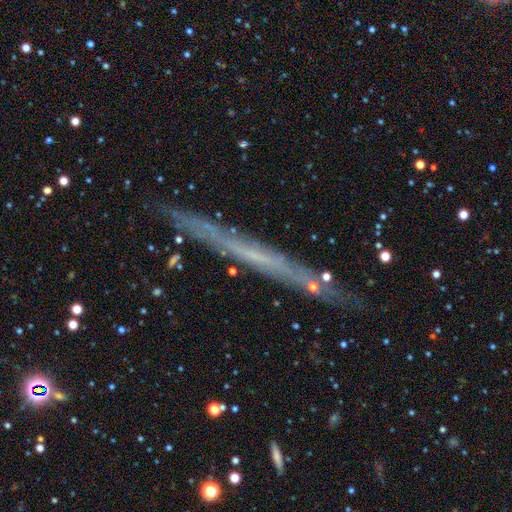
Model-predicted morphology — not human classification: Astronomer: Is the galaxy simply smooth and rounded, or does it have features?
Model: featured or disk — 57%.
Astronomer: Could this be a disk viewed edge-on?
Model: yes — 93%.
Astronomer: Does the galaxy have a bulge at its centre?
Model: none — 90%.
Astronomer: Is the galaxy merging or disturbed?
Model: none — 85%.